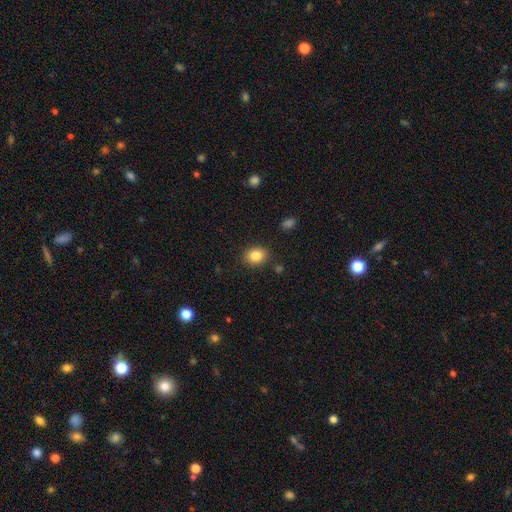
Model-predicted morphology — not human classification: Smooth or featured?
  - smooth: 85% *
  - star or artifact: 9%
  - featured or disk: 6%
How rounded?
  - in between: 54% *
  - round: 45%
  - cigar-shaped: 1%
Merging?
  - none: 88% *
  - minor disturbance: 8%
  - major disturbance: 2%
  - merger: 2%